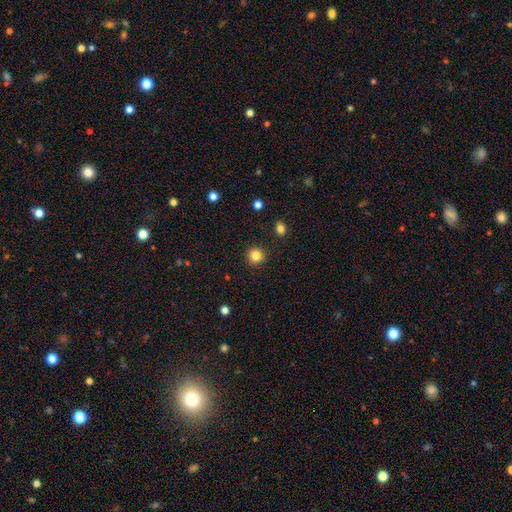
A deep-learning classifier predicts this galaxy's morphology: type=smooth (84%); roundness=round (94%); merging=none (92%).